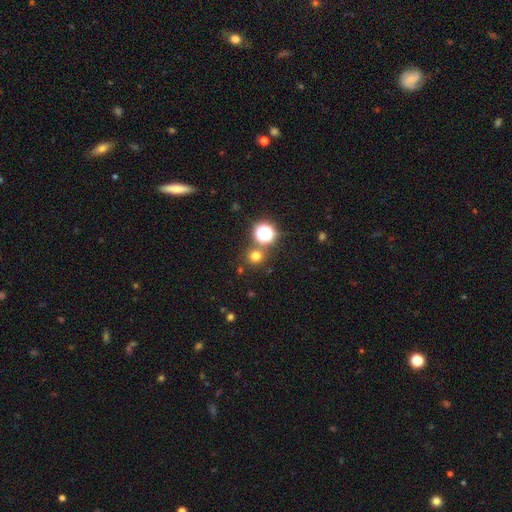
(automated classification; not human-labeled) A smooth galaxy with no disk features (69%) that is round (91%). Merging: none (79%).